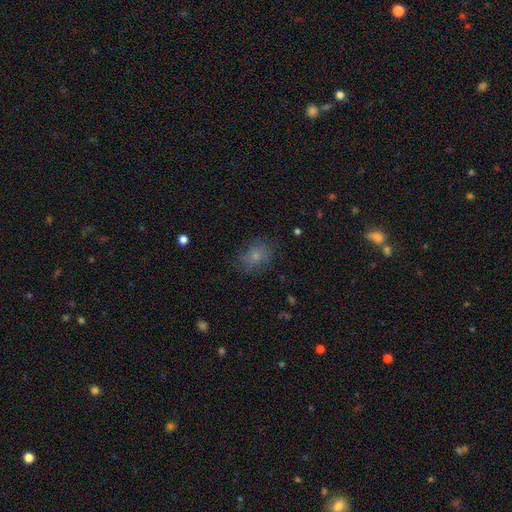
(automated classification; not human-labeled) A smooth galaxy with no disk features (71%) that is in between round and cigar-shaped (51%).

Vote fractions:
- Smooth or featured? smooth: 71% / featured or disk: 16% / star or artifact: 13%
- How rounded? in between: 51% / round: 48% / cigar-shaped: 1%
- Merging? none: 67% / minor disturbance: 21% / major disturbance: 10% / merger: 1%